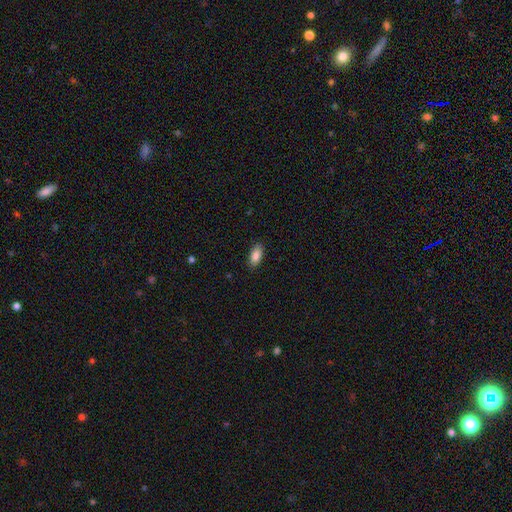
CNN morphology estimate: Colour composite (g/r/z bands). It shows a smooth galaxy with no disk features (88%) that is in between round and cigar-shaped (87%). Merging: none (87%).